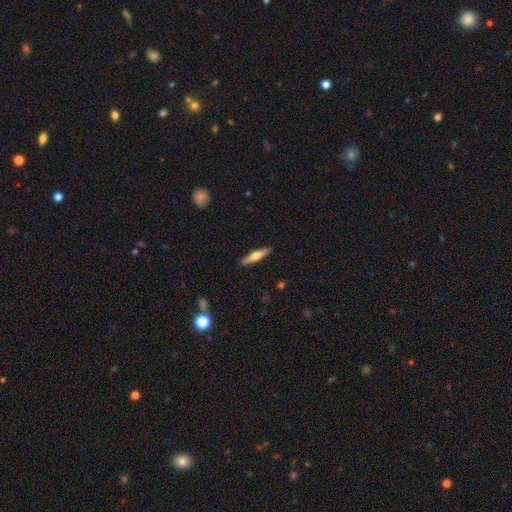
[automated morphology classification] A featured or disk galaxy (48%). Merging: none (90%).